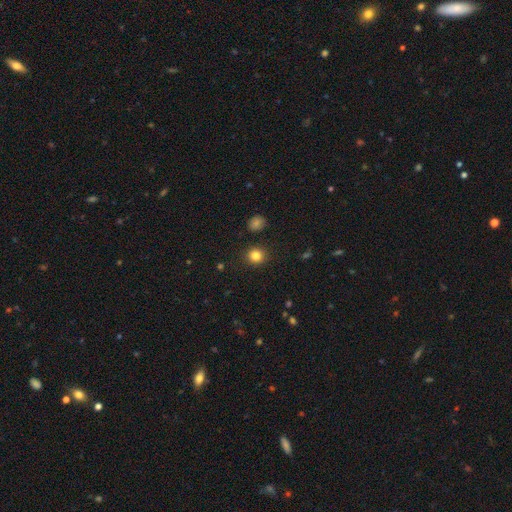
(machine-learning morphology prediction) smooth_or_featured: smooth (p=0.83) [alt: star or artifact p=0.12]
how_rounded: round (p=0.88) [alt: in between p=0.11]
merging: none (p=0.90) [alt: minor disturbance p=0.06]